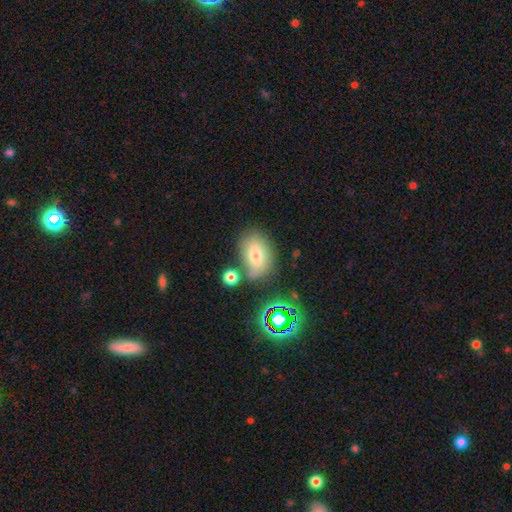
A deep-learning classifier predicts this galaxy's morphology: smooth-or-featured: smooth: 67% | featured or disk: 17% | star or artifact: 15%
  how-rounded: in between: 82% | round: 16% | cigar-shaped: 2%
  merging: none: 61% | minor disturbance: 18% | merger: 15% | major disturbance: 7%